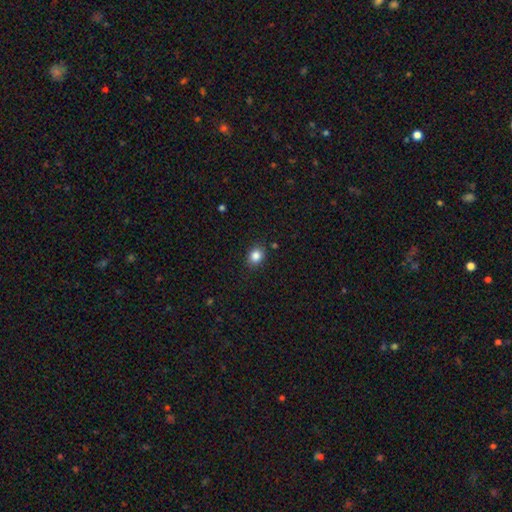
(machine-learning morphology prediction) This appears to be a smooth galaxy with no disk features (85%) that is round (57%). Merging: none (86%).